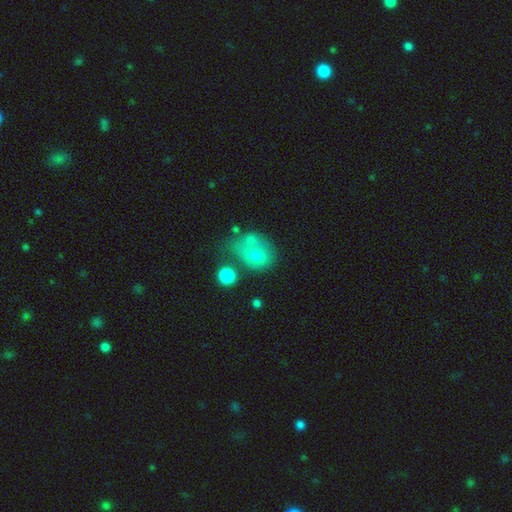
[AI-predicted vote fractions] This is likely a smooth galaxy (61%). How rounded: possibly in between (54%). Merging: marginally none (34%).